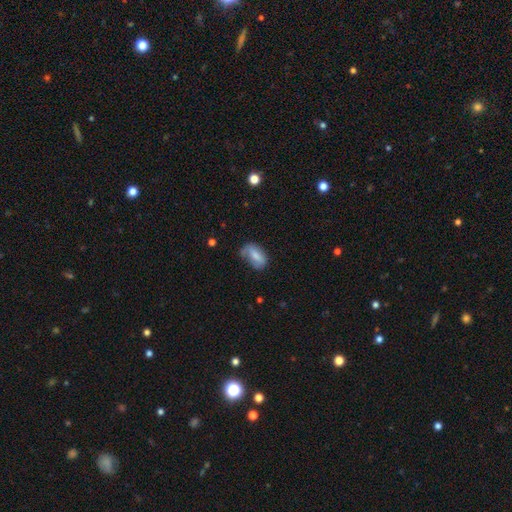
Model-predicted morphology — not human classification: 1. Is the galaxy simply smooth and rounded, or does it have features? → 69% smooth, 23% featured or disk, 8% star or artifact.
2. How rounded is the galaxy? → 88% in between, 6% round, 6% cigar-shaped.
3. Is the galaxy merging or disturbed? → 49% none, 35% minor disturbance, 14% major disturbance, 3% merger.